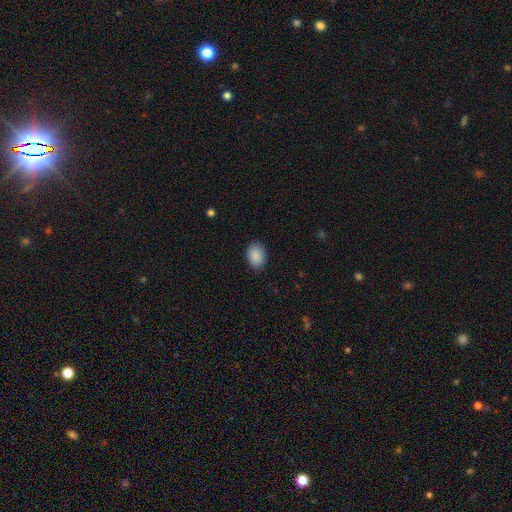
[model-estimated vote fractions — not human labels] Overall: smooth (89%). How rounded: in between (71%). Merging: none (87%).